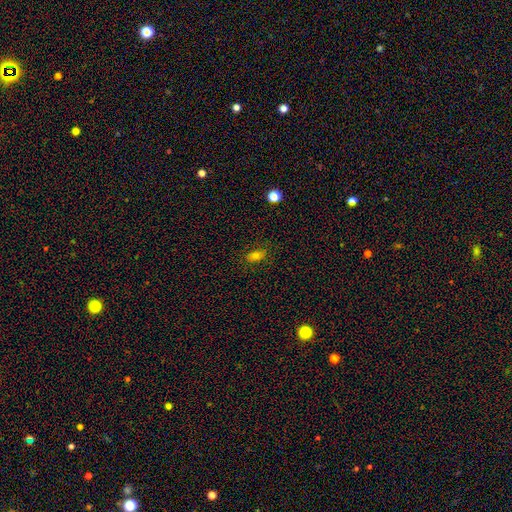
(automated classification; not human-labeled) Smooth or featured: smooth — 75% (star or artifact — 14%)
How rounded: in between — 80% (round — 16%)
Merging: none — 81% (minor disturbance — 14%)